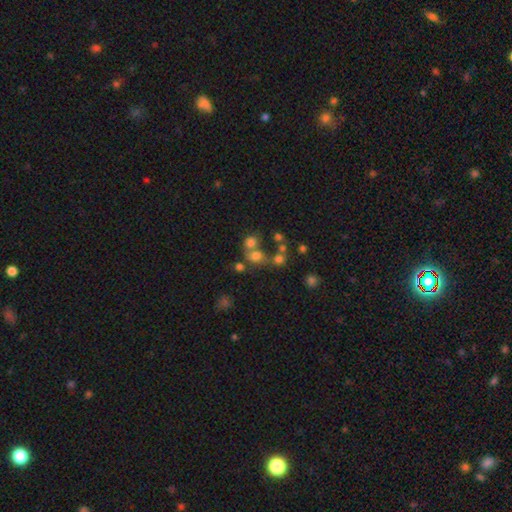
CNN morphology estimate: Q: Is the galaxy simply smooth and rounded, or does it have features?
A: smooth — 68%.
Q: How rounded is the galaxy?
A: round — 67%.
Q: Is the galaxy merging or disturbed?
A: none — 43%.